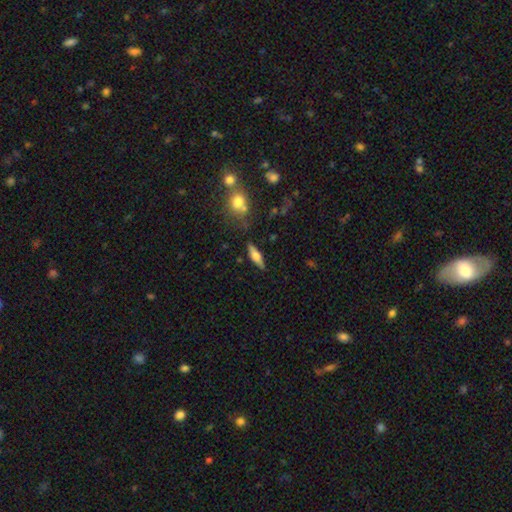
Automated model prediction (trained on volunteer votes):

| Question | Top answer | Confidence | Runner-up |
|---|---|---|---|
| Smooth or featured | smooth | 48% | featured or disk (45%) |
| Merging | none | 83% | minor disturbance (11%) |